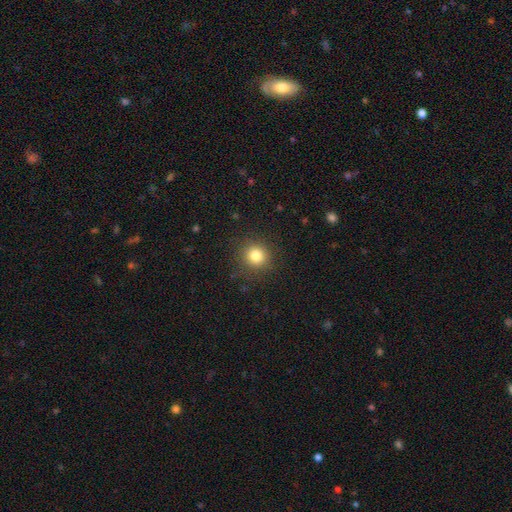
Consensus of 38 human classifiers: Morphology: type=smooth (89%); roundness=round (97%); merging=none (95%).